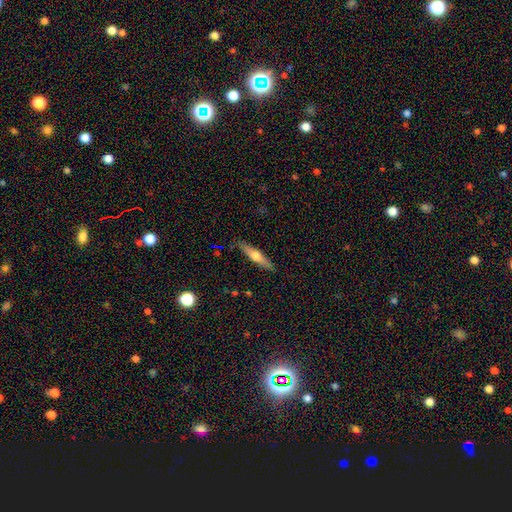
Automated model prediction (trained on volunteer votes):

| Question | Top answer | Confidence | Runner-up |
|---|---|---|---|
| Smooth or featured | featured or disk | 49% | smooth (45%) |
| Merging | none | 88% | minor disturbance (9%) |